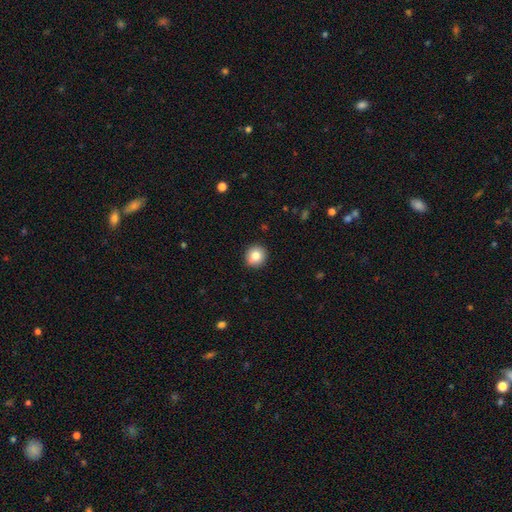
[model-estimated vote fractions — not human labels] Smooth or featured: smooth — 83% (star or artifact — 9%)
How rounded: round — 90% (in between — 9%)
Merging: none — 91% (minor disturbance — 6%)